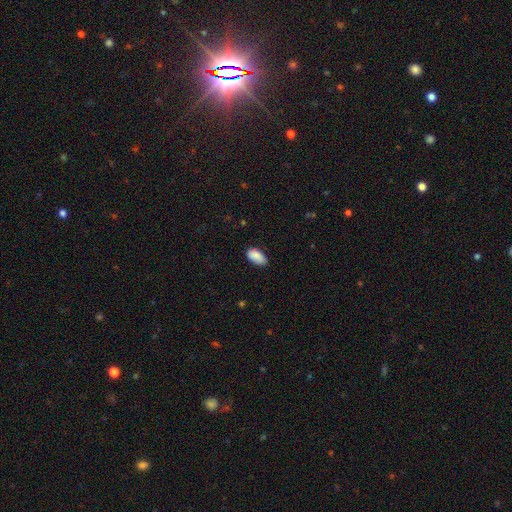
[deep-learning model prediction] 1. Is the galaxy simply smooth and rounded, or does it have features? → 88% smooth, 7% star or artifact, 5% featured or disk.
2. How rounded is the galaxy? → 94% in between, 3% cigar-shaped, 3% round.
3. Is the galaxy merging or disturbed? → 74% none, 21% minor disturbance, 3% major disturbance, 1% merger.